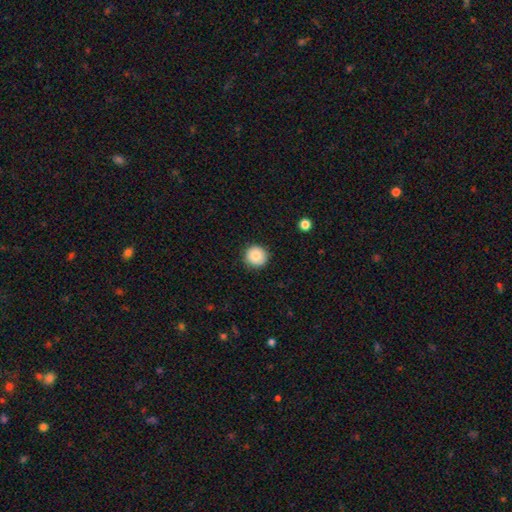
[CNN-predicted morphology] A smooth galaxy with no disk features (85%) that is round (94%). Merging: none (89%).